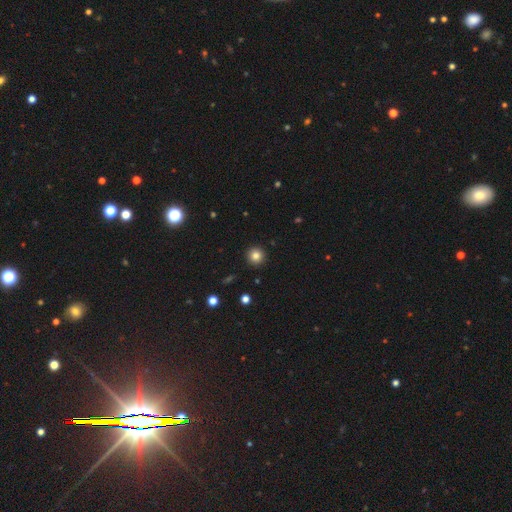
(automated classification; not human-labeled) Smooth or featured?
  - smooth: 83% *
  - star or artifact: 12%
  - featured or disk: 6%
How rounded?
  - round: 95% *
  - in between: 4%
  - cigar-shaped: 1%
Merging?
  - none: 93% *
  - minor disturbance: 4%
  - major disturbance: 2%
  - merger: 1%